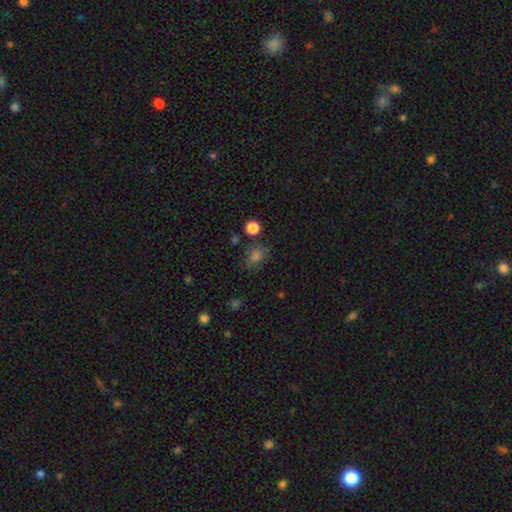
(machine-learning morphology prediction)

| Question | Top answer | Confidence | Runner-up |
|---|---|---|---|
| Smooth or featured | smooth | 73% | star or artifact (19%) |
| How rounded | in between | 58% | round (41%) |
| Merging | none | 74% | minor disturbance (16%) |